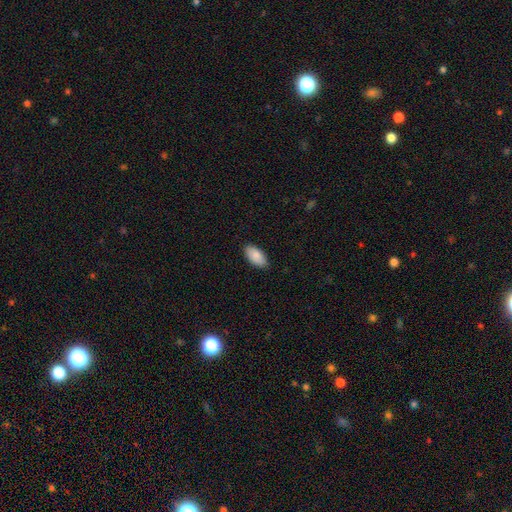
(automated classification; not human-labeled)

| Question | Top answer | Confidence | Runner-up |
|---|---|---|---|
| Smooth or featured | smooth | 88% | star or artifact (6%) |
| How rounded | in between | 95% | cigar-shaped (3%) |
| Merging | none | 88% | minor disturbance (9%) |